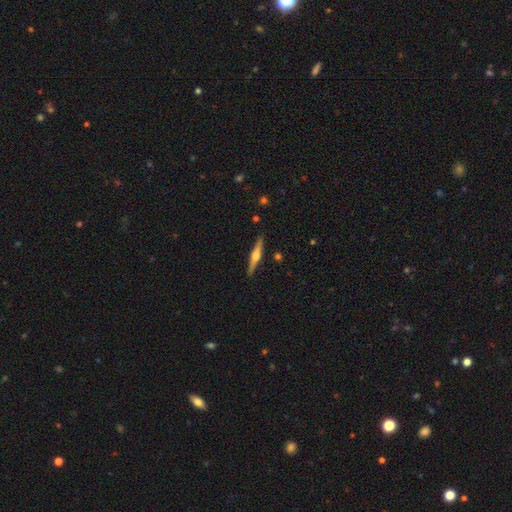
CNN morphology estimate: A featured or disk galaxy (69%) viewed edge-on (98%) with a rounded central bulge (90%). Merging: none (90%).